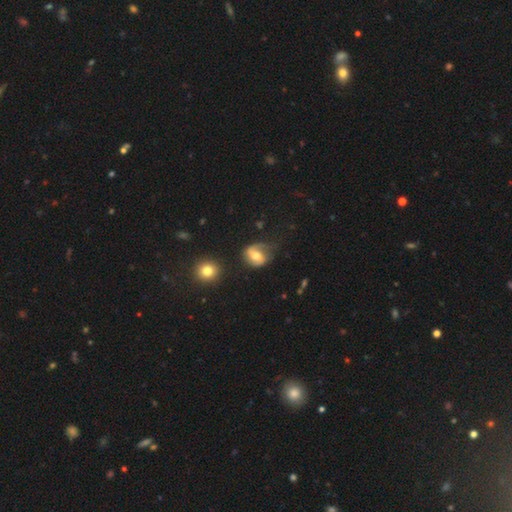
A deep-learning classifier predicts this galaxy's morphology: Overall: featured or disk (55%; smooth 37%). Edge-on disk: no (96%). Bar: weak (43%; no 36%). Spiral arms: yes (81%). Bulge size: moderate (70%). Merging: none (49%; minor disturbance 28%).